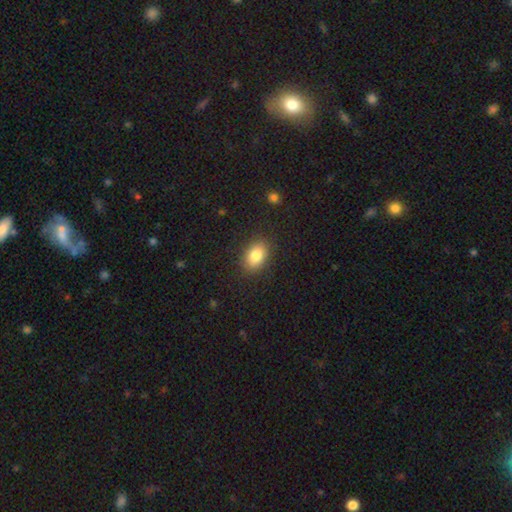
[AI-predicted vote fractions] The model was most divided on "how rounded": in between: 81%, round: 18%, cigar-shaped: 1%. More confident: merging — none (87%); smooth or featured — smooth (83%).